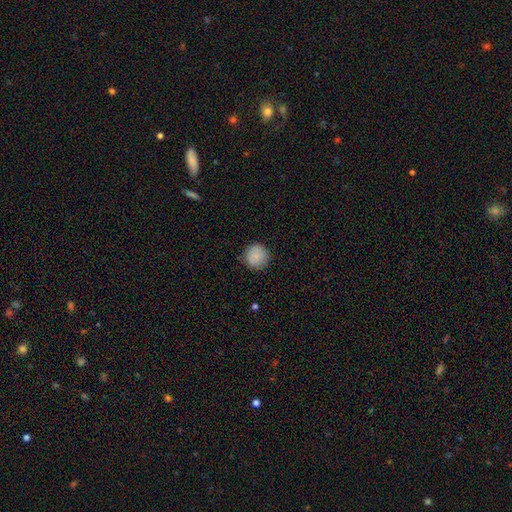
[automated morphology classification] Q: Smooth or featured?
A: smooth (86%); runner-up: star or artifact (8%)
Q: How rounded?
A: round (93%); runner-up: in between (6%)
Q: Merging?
A: none (86%); runner-up: minor disturbance (11%)